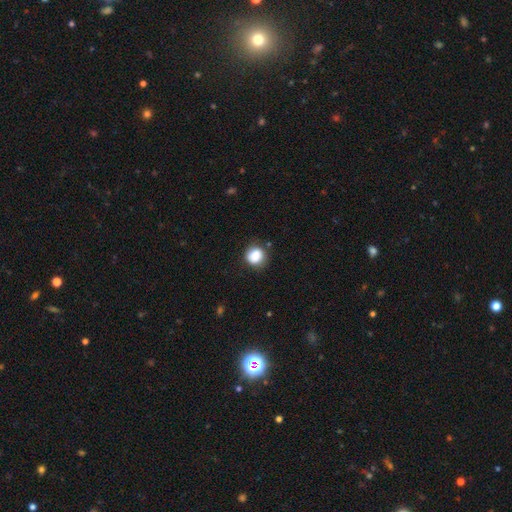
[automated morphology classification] Smooth or featured: smooth — 86% (star or artifact — 9%)
How rounded: round — 86% (in between — 13%)
Merging: none — 75% (minor disturbance — 17%)